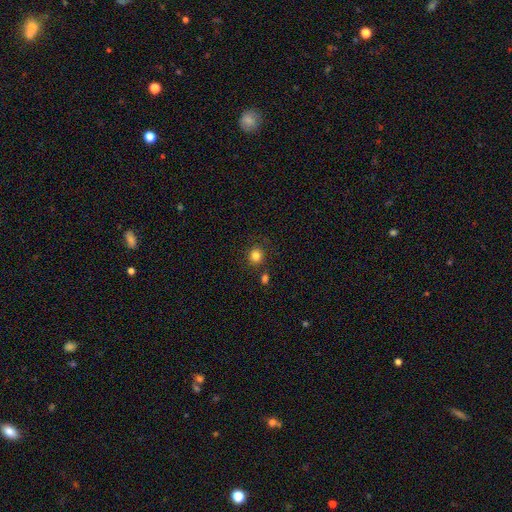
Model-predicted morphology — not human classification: This appears to be a smooth galaxy with no disk features (83%) that is round (88%). Merging: none (82%).